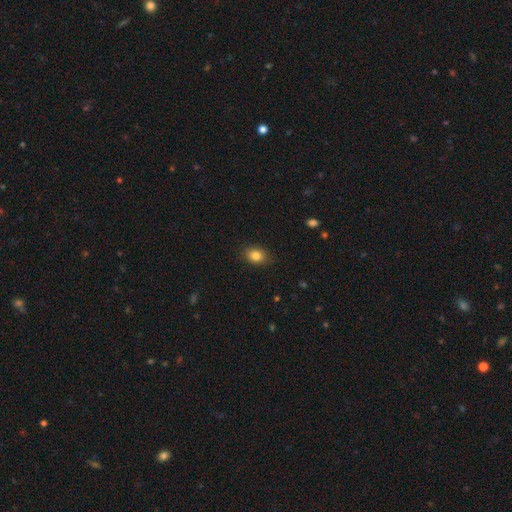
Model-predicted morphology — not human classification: A smooth galaxy with no disk features (84%) that is in between round and cigar-shaped (71%).

Vote fractions:
- Smooth or featured? smooth: 84% / star or artifact: 9% / featured or disk: 7%
- How rounded? in between: 71% / round: 27% / cigar-shaped: 1%
- Merging? none: 85% / minor disturbance: 11% / major disturbance: 3% / merger: 1%